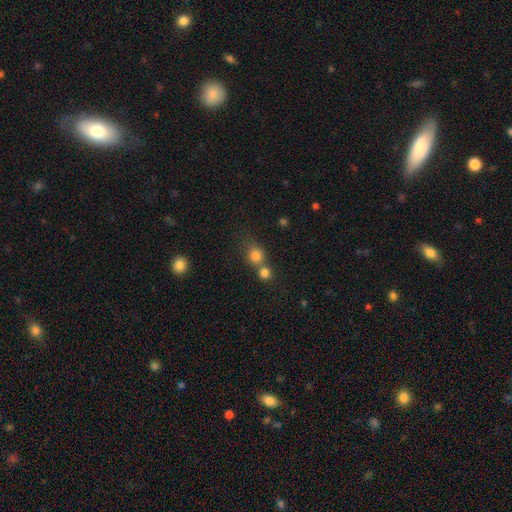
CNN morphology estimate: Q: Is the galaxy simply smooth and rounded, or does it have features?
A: smooth — 79%.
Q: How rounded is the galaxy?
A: round — 76%.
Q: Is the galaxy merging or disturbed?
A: merger — 46%.